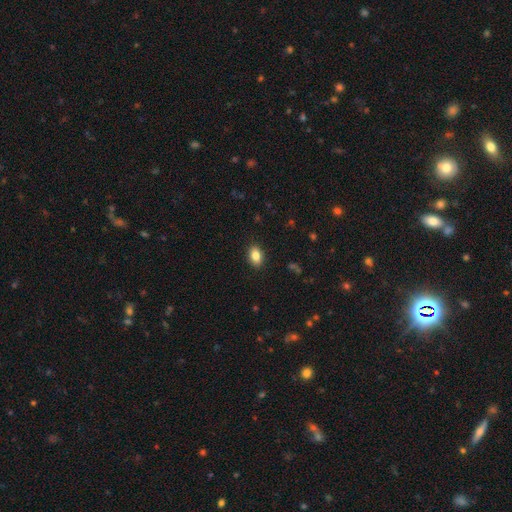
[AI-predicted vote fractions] Overall: smooth (85%). How rounded: in between (85%). Merging: none (89%).